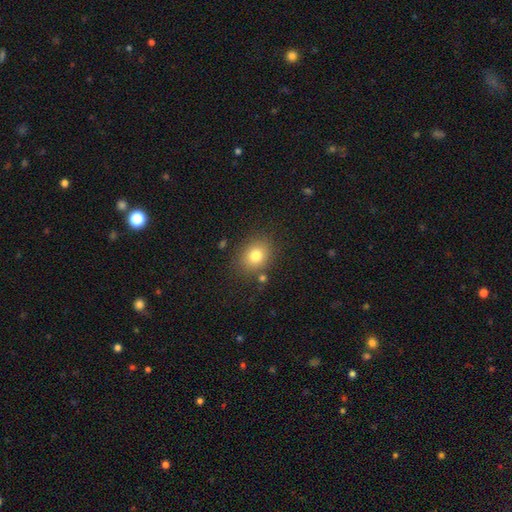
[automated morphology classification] Q: Smooth or featured?
A: smooth (79%); runner-up: star or artifact (12%)
Q: How rounded?
A: round (54%); runner-up: in between (45%)
Q: Merging?
A: none (82%); runner-up: minor disturbance (11%)